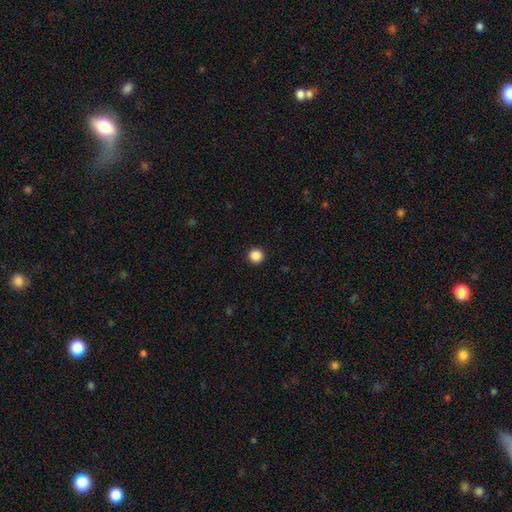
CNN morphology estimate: Overall: smooth (87%). How rounded: round (96%). Merging: none (94%).